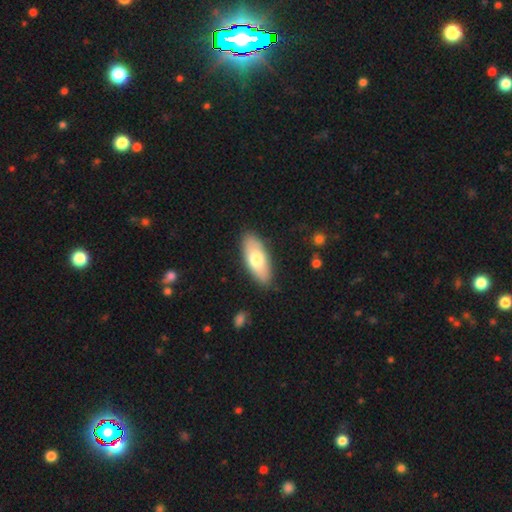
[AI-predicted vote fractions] smooth_or_featured: smooth (p=0.67) [alt: featured or disk p=0.28]
how_rounded: in between (p=0.81) [alt: cigar-shaped p=0.17]
merging: none (p=0.88) [alt: minor disturbance p=0.09]